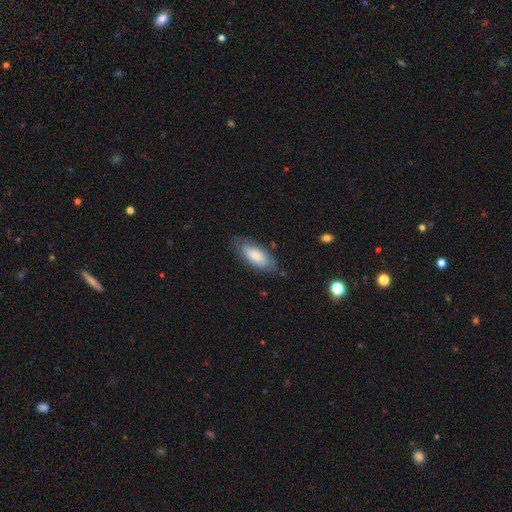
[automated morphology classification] smooth_or_featured: smooth (p=0.72) [alt: featured or disk p=0.22]
how_rounded: in between (p=0.81) [alt: cigar-shaped p=0.17]
merging: none (p=0.76) [alt: minor disturbance p=0.18]